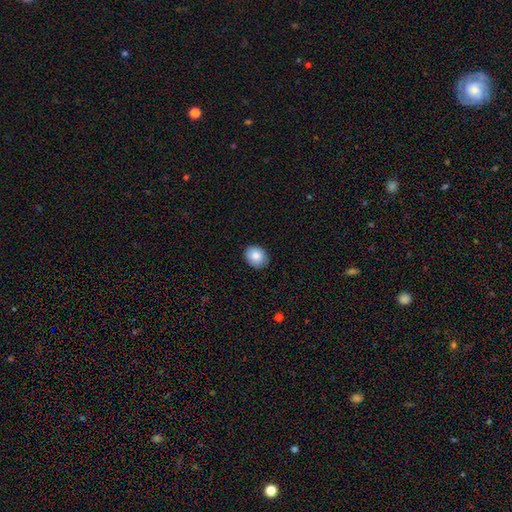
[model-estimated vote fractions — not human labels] Overall: smooth (86%). How rounded: round (50%; in between 49%). Merging: none (88%).